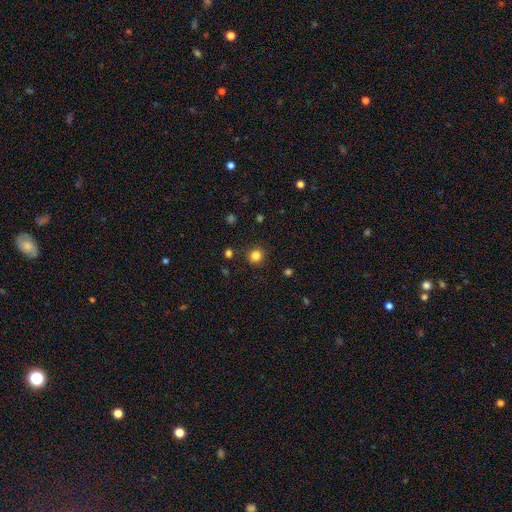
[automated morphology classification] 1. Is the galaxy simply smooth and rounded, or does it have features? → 82% smooth, 13% star or artifact, 5% featured or disk.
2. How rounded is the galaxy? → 90% round, 9% in between, 1% cigar-shaped.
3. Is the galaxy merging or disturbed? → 89% none, 7% minor disturbance, 2% major disturbance, 2% merger.